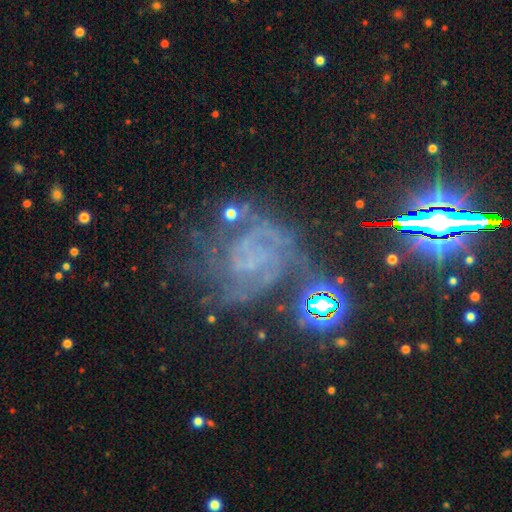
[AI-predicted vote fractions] smooth_or_featured: featured or disk (p=0.69) [alt: star or artifact p=0.22]
disk_edge_on: no (p=0.97) [alt: yes p=0.03]
bar: no (p=0.62) [alt: weak p=0.28]
has_spiral_arms: yes (p=0.90) [alt: no p=0.10]
spiral_winding: tight (p=0.51) [alt: medium p=0.38]
spiral_arm_count: 2 (p=0.33) [alt: can't tell p=0.31]
bulge_size: none (p=0.54) [alt: small p=0.36]
merging: none (p=0.54) [alt: major disturbance p=0.22]